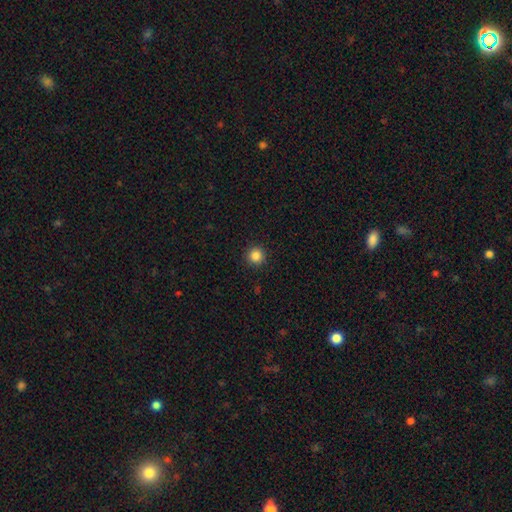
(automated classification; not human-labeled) A smooth galaxy with no disk features (85%) that is round (96%).

Vote fractions:
- Smooth or featured? smooth: 85% / star or artifact: 11% / featured or disk: 3%
- How rounded? round: 96% / in between: 3% / cigar-shaped: 1%
- Merging? none: 92% / minor disturbance: 5% / major disturbance: 2% / merger: 1%